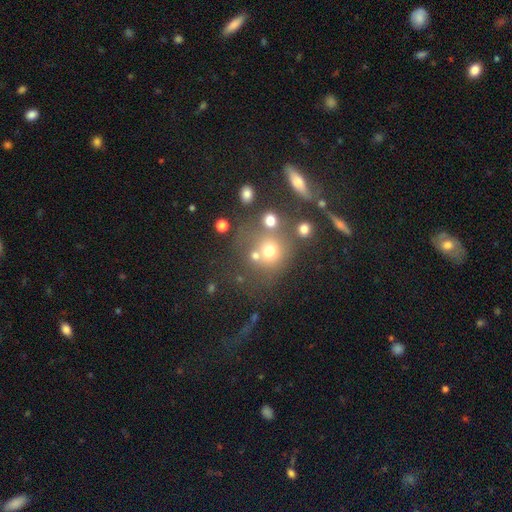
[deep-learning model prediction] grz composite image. It shows a smooth galaxy with no disk features (67%) that is round (84%). Merging: none (55%).